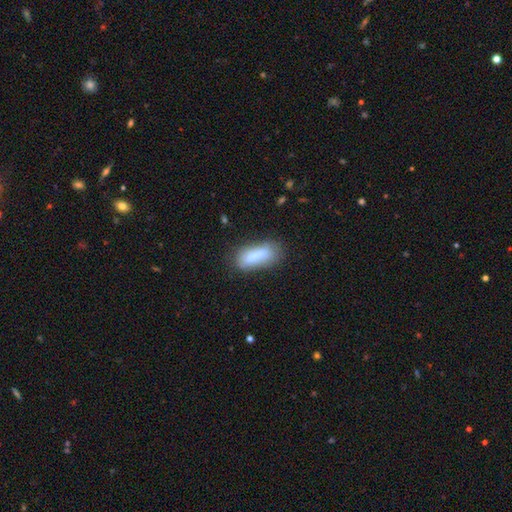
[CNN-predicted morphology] Smooth or featured? Predicted: smooth (p=0.77). How rounded? Predicted: in between (p=0.63). Merging? Predicted: none (p=0.65).